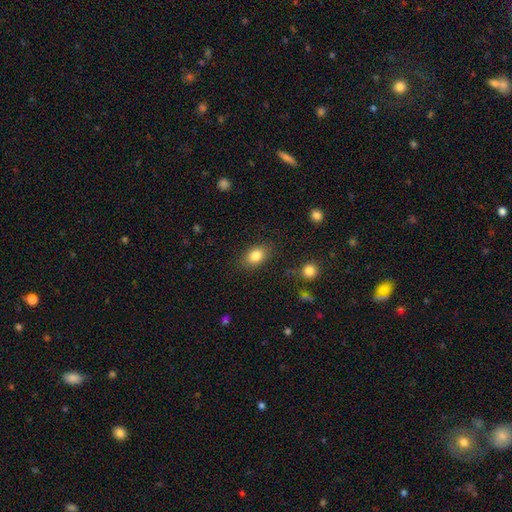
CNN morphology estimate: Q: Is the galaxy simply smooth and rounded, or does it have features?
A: smooth — 83%.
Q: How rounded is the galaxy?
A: in between — 80%.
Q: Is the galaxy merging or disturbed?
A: none — 83%.